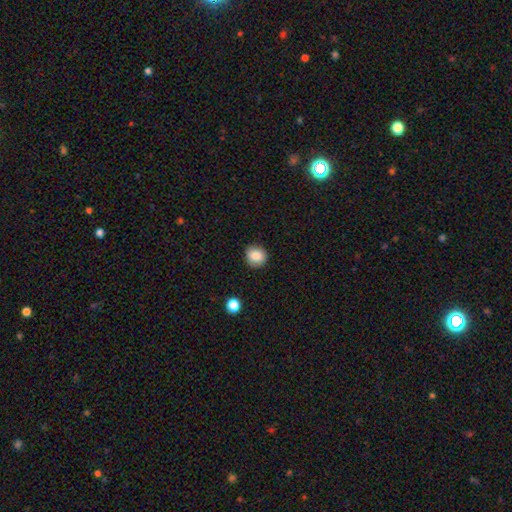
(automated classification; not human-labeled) Morphology: type=smooth (85%); roundness=round (85%); merging=none (88%).